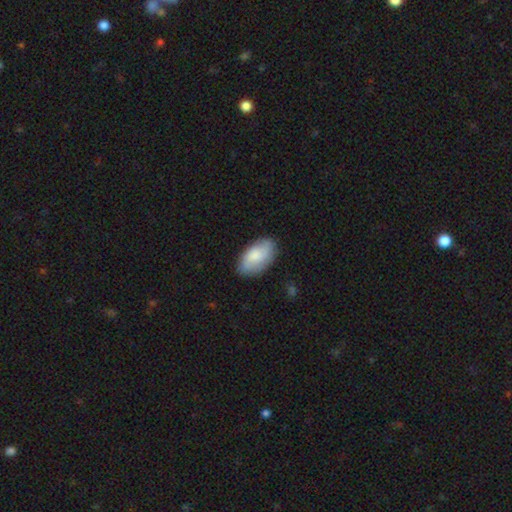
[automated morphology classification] Smooth or featured: smooth — 64% (featured or disk — 30%)
How rounded: in between — 94% (round — 4%)
Merging: none — 81% (minor disturbance — 15%)